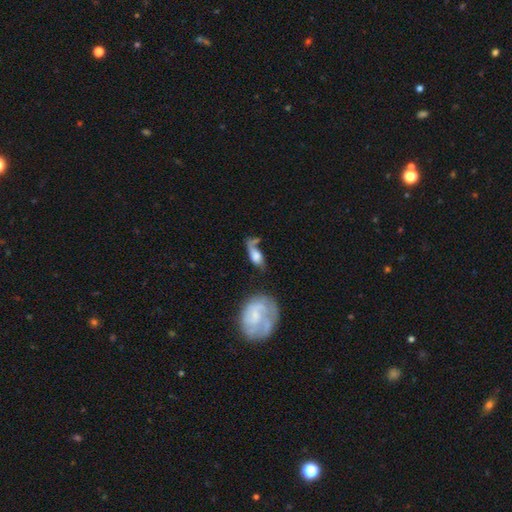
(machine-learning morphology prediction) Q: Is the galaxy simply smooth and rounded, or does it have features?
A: smooth — 51%.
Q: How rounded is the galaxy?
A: in between — 72%.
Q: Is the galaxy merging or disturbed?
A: none — 31%.